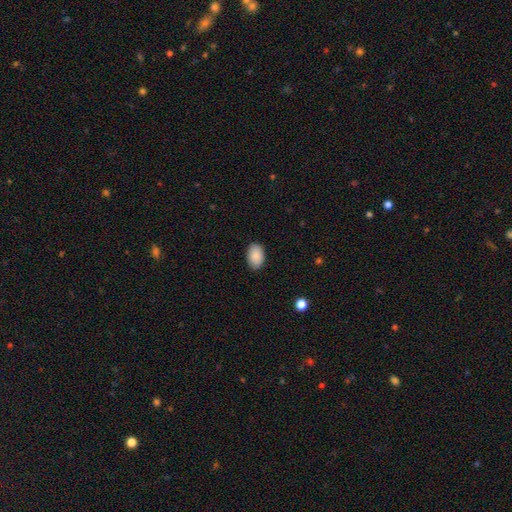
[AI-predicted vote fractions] The model was most divided on "merging": none: 87%, minor disturbance: 9%, major disturbance: 2%, merger: 1%. More confident: how rounded — in between (90%); smooth or featured — smooth (89%).